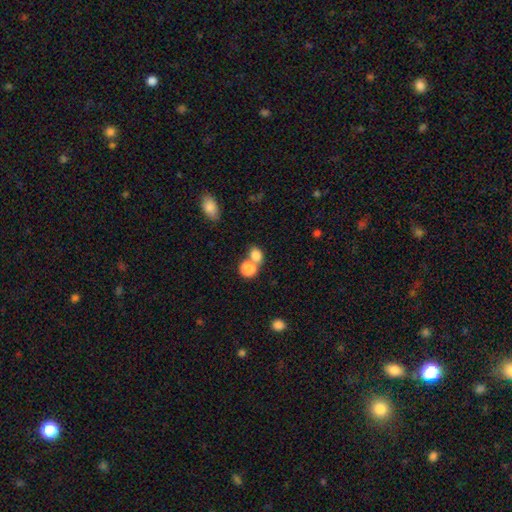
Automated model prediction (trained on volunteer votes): Smooth or featured?
  - smooth: 81% *
  - star or artifact: 12%
  - featured or disk: 7%
How rounded?
  - round: 56% *
  - in between: 43%
  - cigar-shaped: 1%
Merging?
  - none: 46% *
  - merger: 42%
  - minor disturbance: 8%
  - major disturbance: 4%